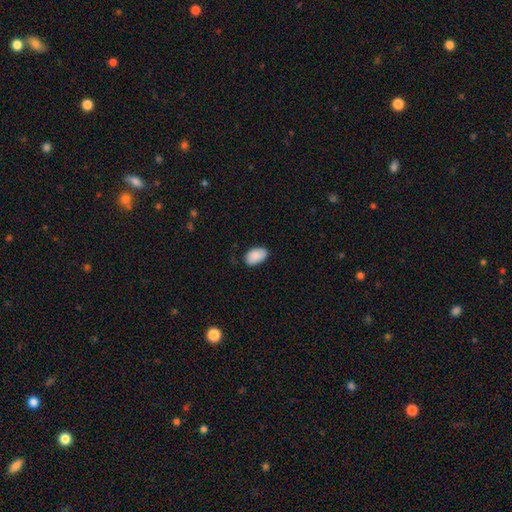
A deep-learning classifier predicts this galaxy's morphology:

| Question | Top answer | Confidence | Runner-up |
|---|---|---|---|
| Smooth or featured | smooth | 89% | star or artifact (7%) |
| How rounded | in between | 93% | round (6%) |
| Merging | none | 81% | minor disturbance (16%) |